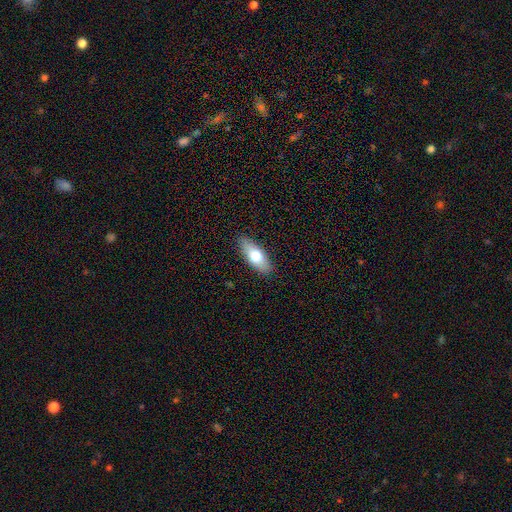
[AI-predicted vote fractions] smooth 68%, featured or disk 25%, star or artifact 6%. Down the decision tree: how rounded — in between (77%); merging — none (88%).